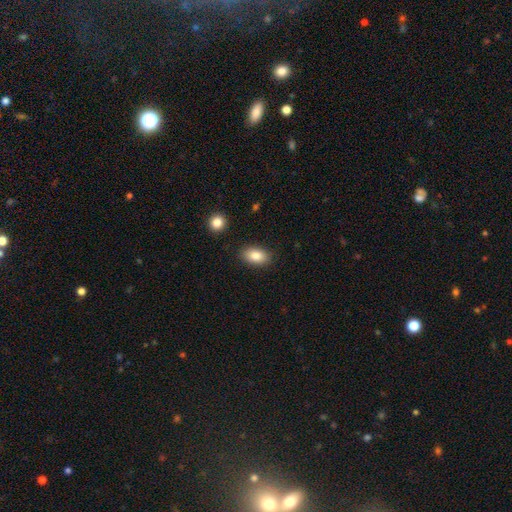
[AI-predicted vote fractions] smooth-or-featured: smooth: 86% | star or artifact: 7% | featured or disk: 7%
  how-rounded: in between: 91% | round: 7% | cigar-shaped: 2%
  merging: none: 87% | minor disturbance: 9% | major disturbance: 2% | merger: 2%